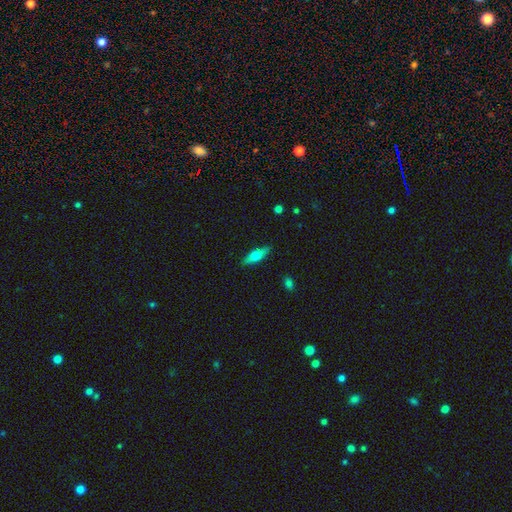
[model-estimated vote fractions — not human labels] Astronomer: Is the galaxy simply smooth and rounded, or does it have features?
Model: smooth — 58% (runner-up: featured or disk, 36%).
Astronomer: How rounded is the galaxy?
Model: in between — 49%, tied with cigar-shaped at 49%.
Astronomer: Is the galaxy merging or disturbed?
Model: none — 86%.